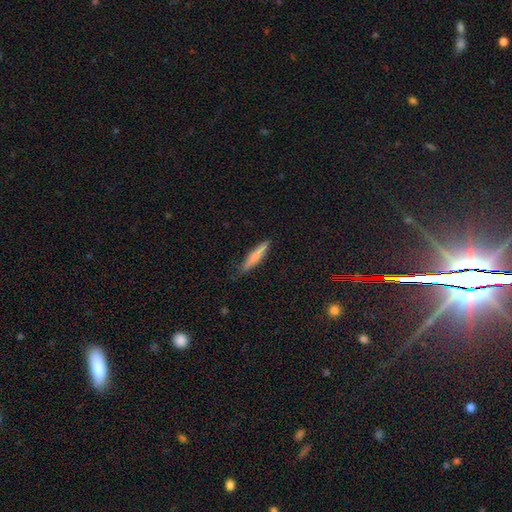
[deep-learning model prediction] Overall: smooth (71%). How rounded: cigar-shaped (90%). Merging: none (79%).